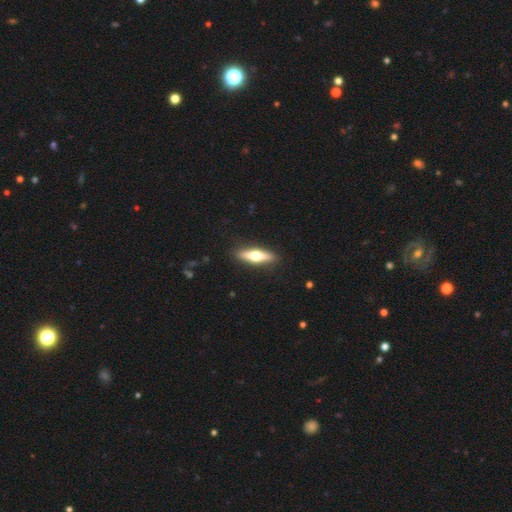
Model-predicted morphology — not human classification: Overall: featured or disk (49%; smooth 45%). Merging: none (90%).